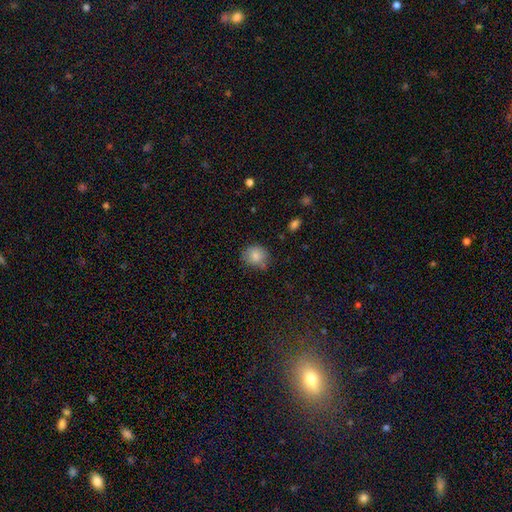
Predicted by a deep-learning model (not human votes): smooth-or-featured: smooth: 84% | star or artifact: 9% | featured or disk: 7%
  how-rounded: round: 75% | in between: 24% | cigar-shaped: 1%
  merging: none: 68% | minor disturbance: 22% | merger: 5% | major disturbance: 5%